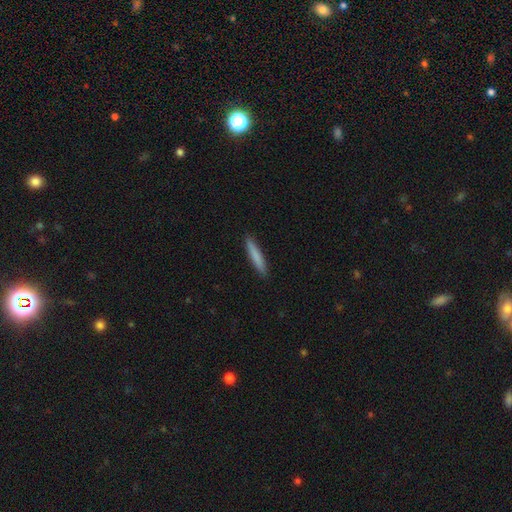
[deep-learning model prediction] Smooth or featured? Predicted: smooth (p=0.81). How rounded? Predicted: cigar-shaped (p=0.94). Merging? Predicted: none (p=0.91).